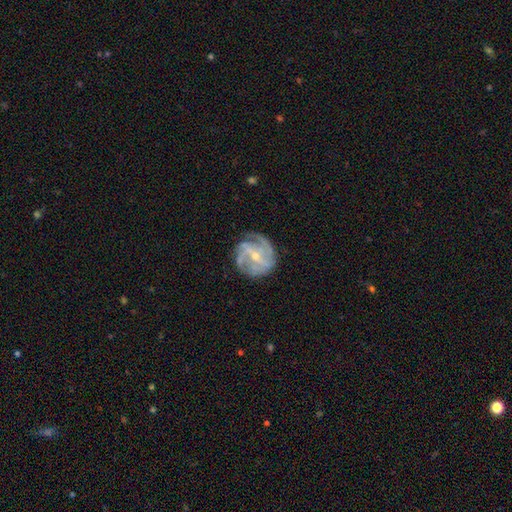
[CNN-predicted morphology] featured or disk 87%, smooth 7%, star or artifact 6%. Down the decision tree: edge-on disk — no (97%); bar — weak (47%); spiral arms — yes (96%); spiral arm count — 3 (33%); spiral winding — medium (43%); bulge size — small (65%); merging — none (74%).